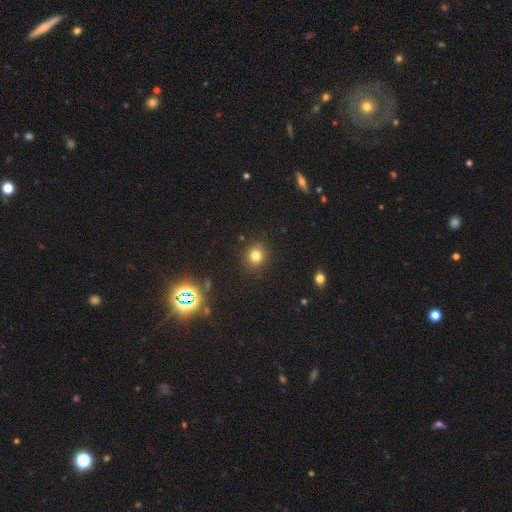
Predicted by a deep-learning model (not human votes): smooth-or-featured: smooth: 78% | star or artifact: 16% | featured or disk: 6%
  how-rounded: round: 86% | in between: 13% | cigar-shaped: 1%
  merging: none: 89% | minor disturbance: 7% | major disturbance: 2% | merger: 2%